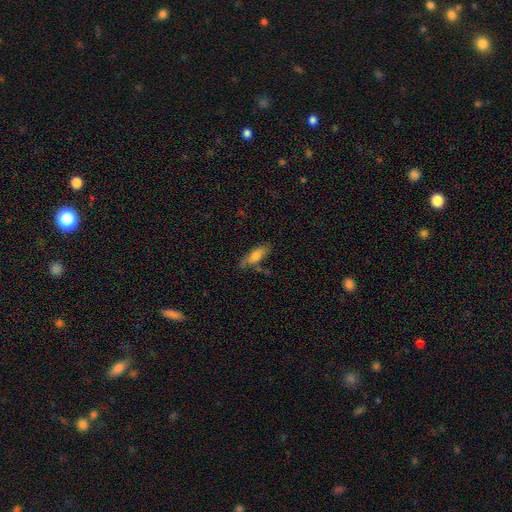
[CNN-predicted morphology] A smooth galaxy with no disk features (70%) that is in between round and cigar-shaped (51%).

Vote fractions:
- Smooth or featured? smooth: 70% / featured or disk: 23% / star or artifact: 7%
- How rounded? in between: 51% / cigar-shaped: 47% / round: 2%
- Merging? none: 65% / minor disturbance: 22% / merger: 7% / major disturbance: 6%